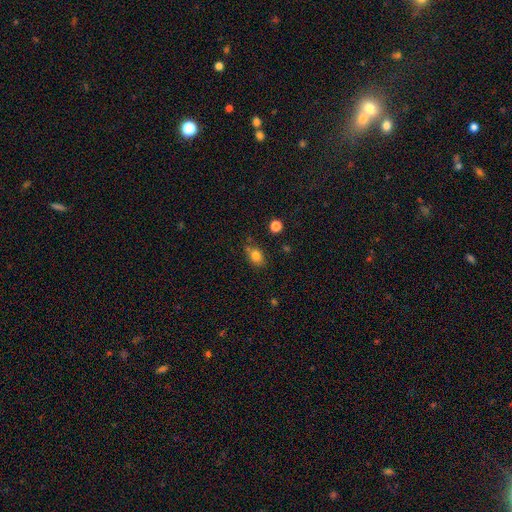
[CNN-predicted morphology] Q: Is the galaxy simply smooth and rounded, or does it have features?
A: smooth — 80%.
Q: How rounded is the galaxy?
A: in between — 68%.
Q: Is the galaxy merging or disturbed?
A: none — 71%.